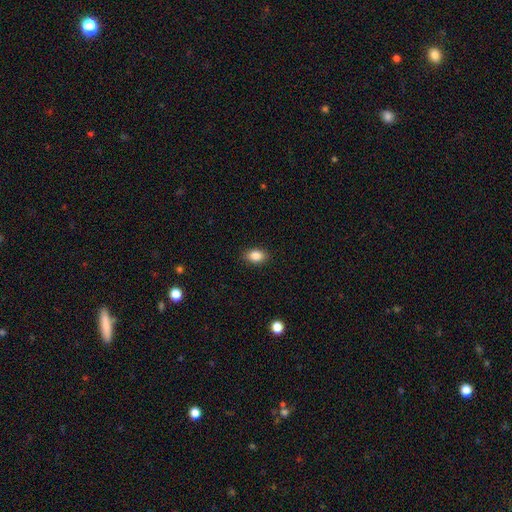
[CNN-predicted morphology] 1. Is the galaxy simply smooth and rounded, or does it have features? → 87% smooth, 8% star or artifact, 5% featured or disk.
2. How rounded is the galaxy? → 83% in between, 16% round, 1% cigar-shaped.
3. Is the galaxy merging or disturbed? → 88% none, 9% minor disturbance, 2% major disturbance, 1% merger.